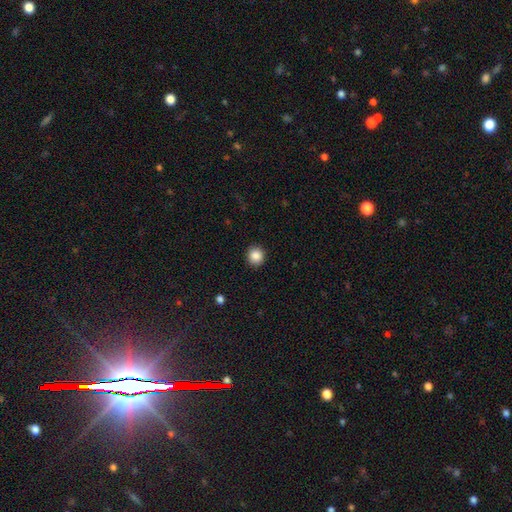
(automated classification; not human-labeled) A smooth galaxy with no disk features (87%) that is round (93%). Merging: none (92%).